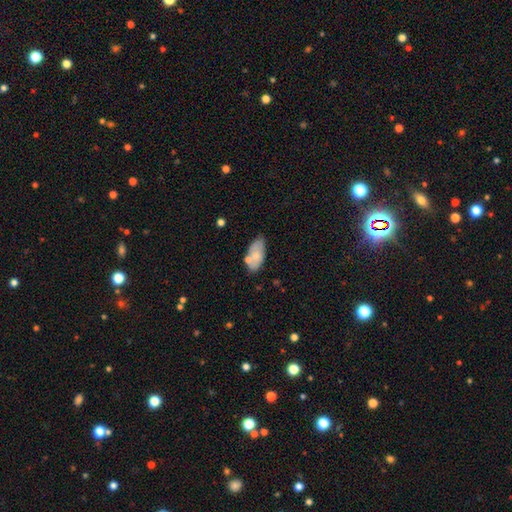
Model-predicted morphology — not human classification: Q: Smooth or featured?
A: smooth (66%); runner-up: featured or disk (28%)
Q: How rounded?
A: in between (91%); runner-up: cigar-shaped (6%)
Q: Merging?
A: none (61%); runner-up: minor disturbance (21%)